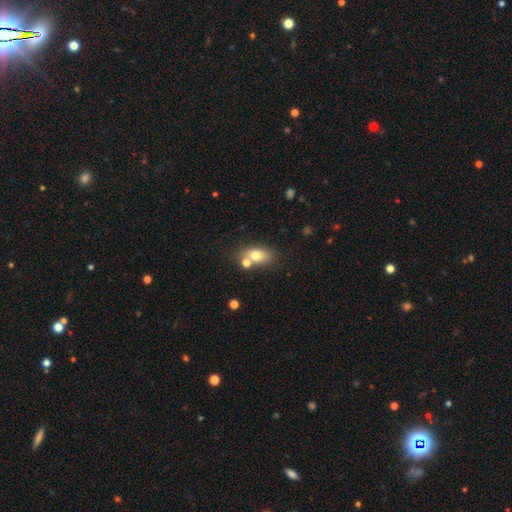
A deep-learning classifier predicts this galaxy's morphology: Overall: smooth (73%). How rounded: in between (79%). Merging: none (55%; merger 28%).